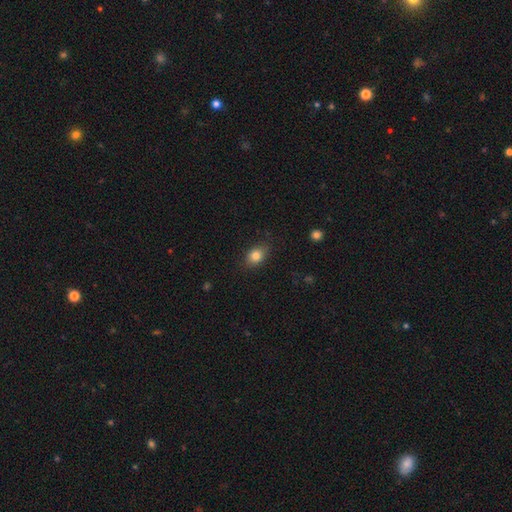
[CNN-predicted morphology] Smooth or featured?
  - smooth: 82% *
  - star or artifact: 10%
  - featured or disk: 8%
How rounded?
  - in between: 64% *
  - round: 35%
  - cigar-shaped: 1%
Merging?
  - none: 81% *
  - minor disturbance: 15%
  - major disturbance: 3%
  - merger: 1%